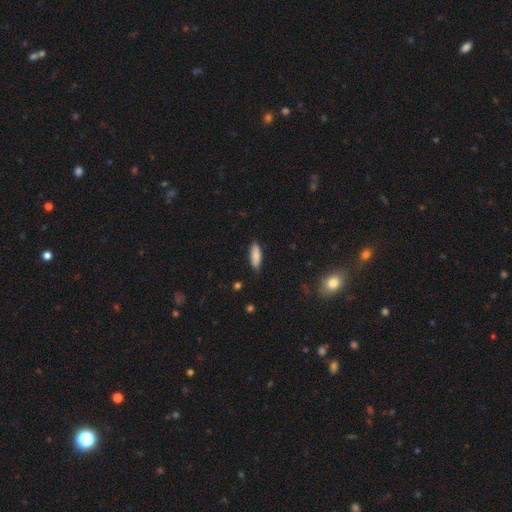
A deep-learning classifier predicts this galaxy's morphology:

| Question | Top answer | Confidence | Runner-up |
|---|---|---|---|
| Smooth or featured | smooth | 86% | featured or disk (8%) |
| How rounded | in between | 59% | cigar-shaped (39%) |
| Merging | none | 87% | minor disturbance (10%) |